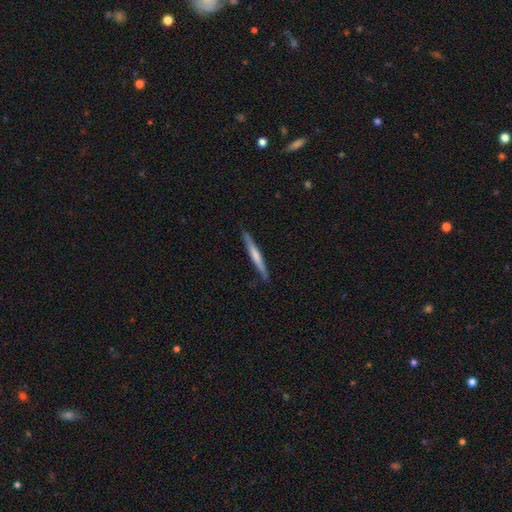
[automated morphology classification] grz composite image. It shows a smooth galaxy with no disk features (51%) that is cigar-shaped (96%). Merging: none (85%).